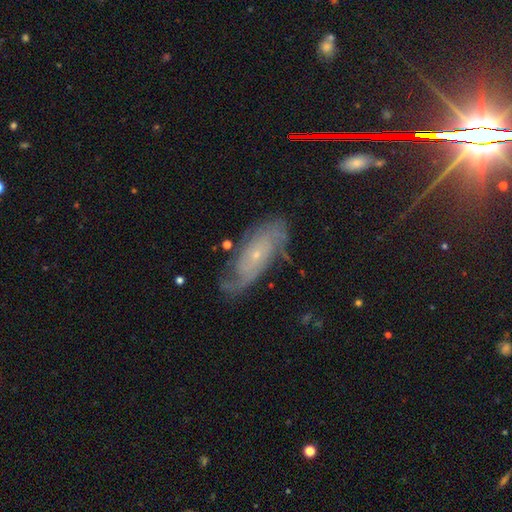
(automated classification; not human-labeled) The model was most divided on "spiral winding": tight: 47%, medium: 37%, loose: 16%. More confident: spiral arms — yes (93%); edge-on disk — no (92%); bulge size — small (84%); smooth or featured — featured or disk (80%); bar — no (75%); merging — none (70%); spiral arm count — 2 (57%).